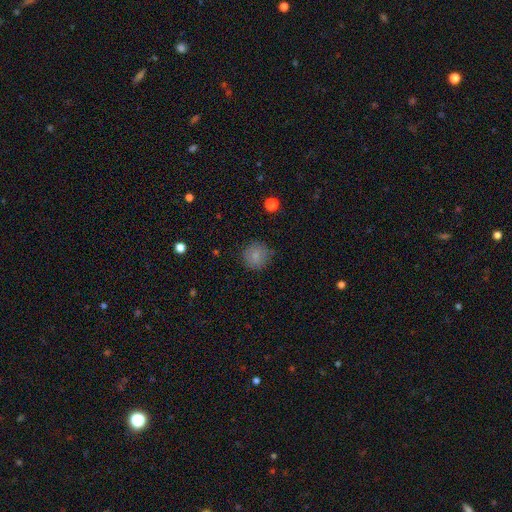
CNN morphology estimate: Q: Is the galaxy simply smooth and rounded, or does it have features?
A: smooth — 83%.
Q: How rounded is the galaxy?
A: round — 93%.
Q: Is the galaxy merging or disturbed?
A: none — 82%.